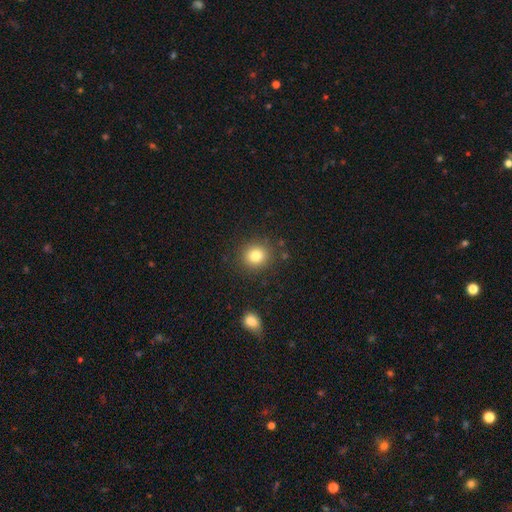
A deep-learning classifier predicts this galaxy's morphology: This is clearly a smooth galaxy (82%). How rounded: clearly round (84%). Merging: clearly none (88%).